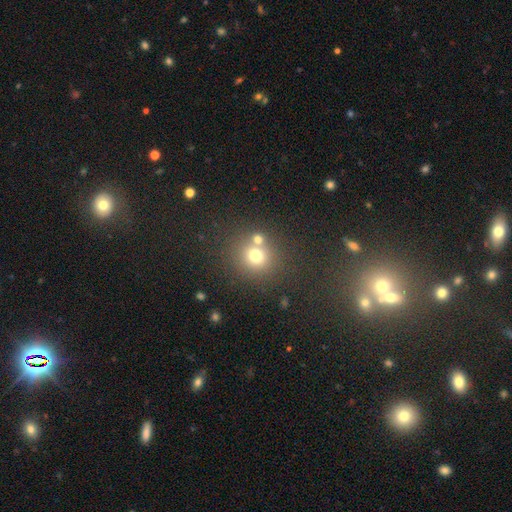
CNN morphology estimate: Smooth or featured?
  - smooth: 70% *
  - star or artifact: 18%
  - featured or disk: 12%
How rounded?
  - round: 88% *
  - in between: 12%
  - cigar-shaped: 1%
Merging?
  - none: 64% *
  - merger: 24%
  - minor disturbance: 8%
  - major disturbance: 4%